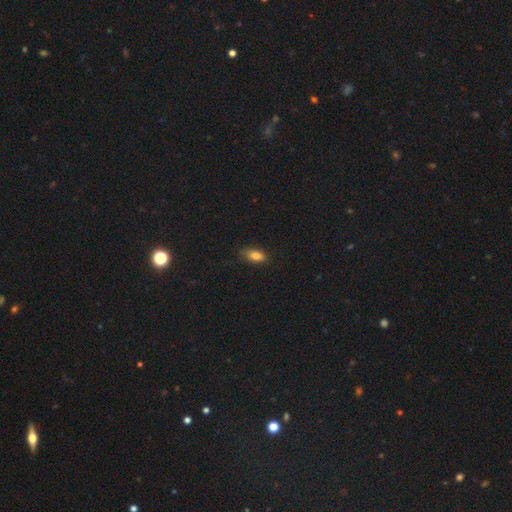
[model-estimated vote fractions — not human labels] This appears to be a smooth galaxy with no disk features (83%) that is in between round and cigar-shaped (85%). Merging: none (74%).